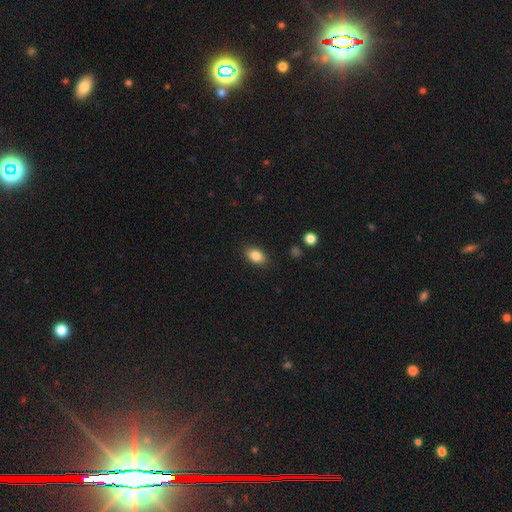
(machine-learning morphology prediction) Smooth or featured: smooth — 85% (star or artifact — 8%)
How rounded: in between — 88% (round — 9%)
Merging: none — 87% (minor disturbance — 9%)